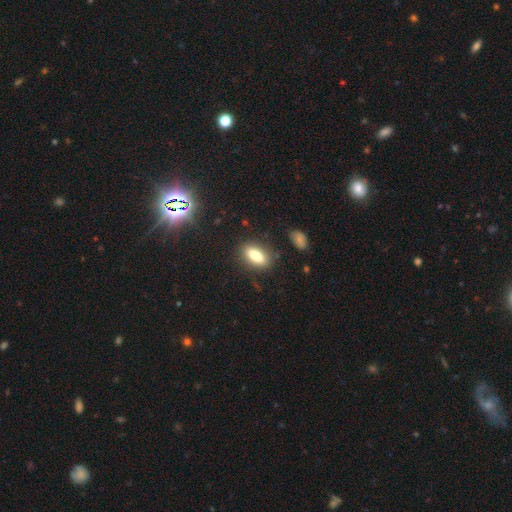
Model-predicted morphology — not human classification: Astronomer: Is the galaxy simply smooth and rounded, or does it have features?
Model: smooth — 79%.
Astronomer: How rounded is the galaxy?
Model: in between — 81%.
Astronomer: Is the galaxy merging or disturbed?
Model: none — 83%.